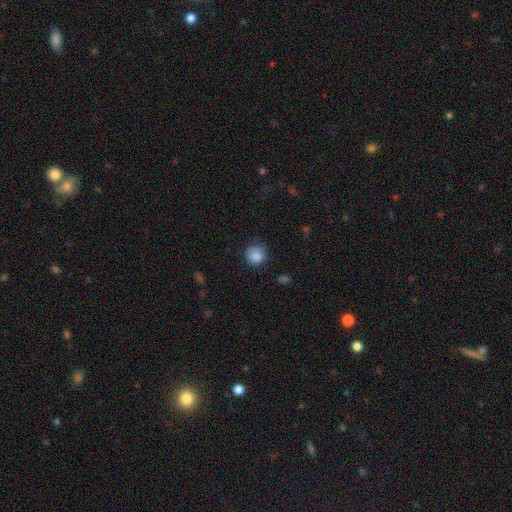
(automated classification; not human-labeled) This is clearly a smooth galaxy (86%). How rounded: clearly round (89%). Merging: likely none (75%).